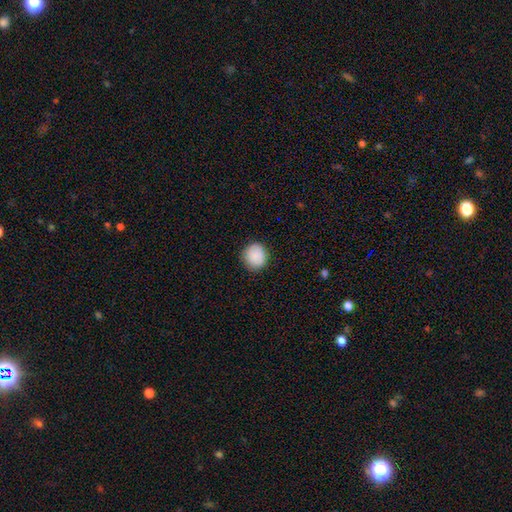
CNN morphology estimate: Smooth or featured? smooth (89%)
How rounded? round (86%)
Merging? none (88%)